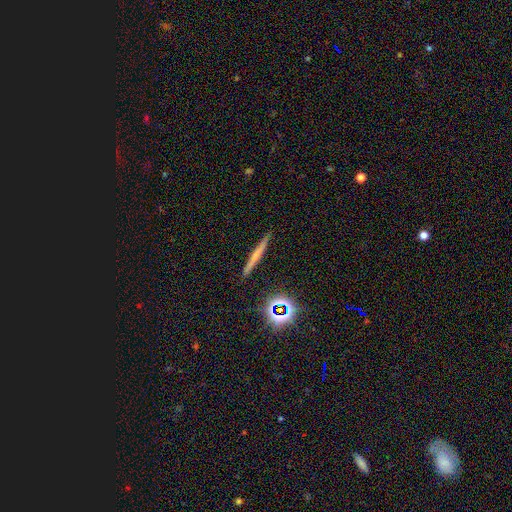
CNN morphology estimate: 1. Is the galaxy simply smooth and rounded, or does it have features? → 45% smooth, 38% featured or disk, 16% star or artifact.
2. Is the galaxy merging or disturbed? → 89% none, 7% minor disturbance, 2% major disturbance, 2% merger.